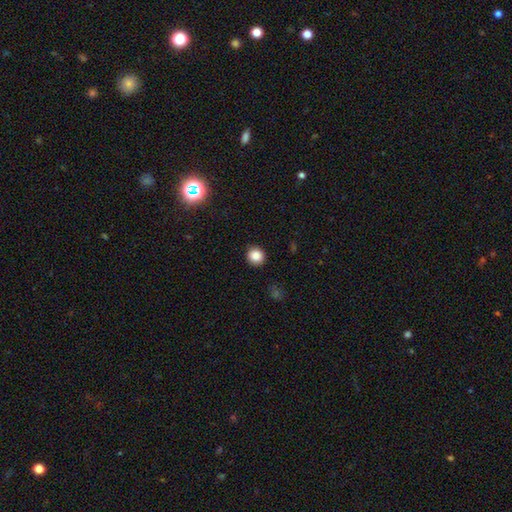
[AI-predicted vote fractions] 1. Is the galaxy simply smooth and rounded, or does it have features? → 86% smooth, 10% star or artifact, 4% featured or disk.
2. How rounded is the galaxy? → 90% round, 9% in between, 1% cigar-shaped.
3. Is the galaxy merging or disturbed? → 91% none, 6% minor disturbance, 2% major disturbance, 1% merger.